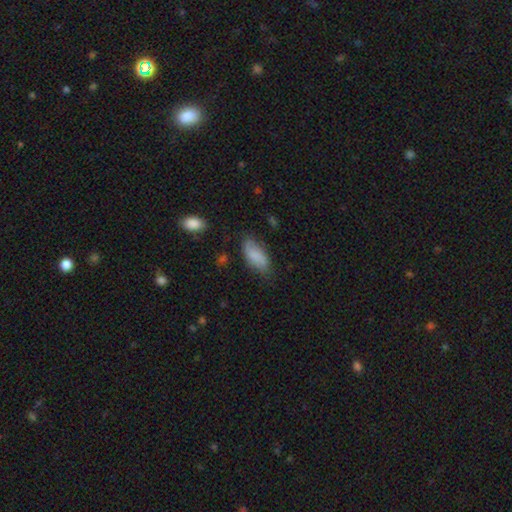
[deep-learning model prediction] Overall: smooth (82%). How rounded: in between (89%). Merging: none (65%; minor disturbance 26%).